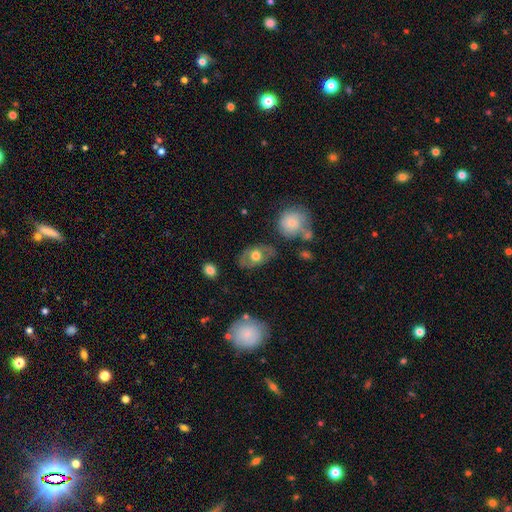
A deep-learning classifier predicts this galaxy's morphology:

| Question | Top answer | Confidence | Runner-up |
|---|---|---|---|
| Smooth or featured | smooth | 53% | featured or disk (40%) |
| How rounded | in between | 81% | round (18%) |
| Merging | none | 72% | minor disturbance (18%) |